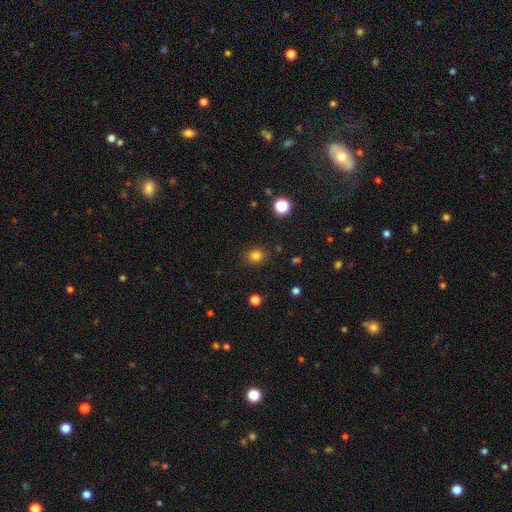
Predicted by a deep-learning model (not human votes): A smooth galaxy with no disk features (82%) that is round (72%). Merging: none (88%).